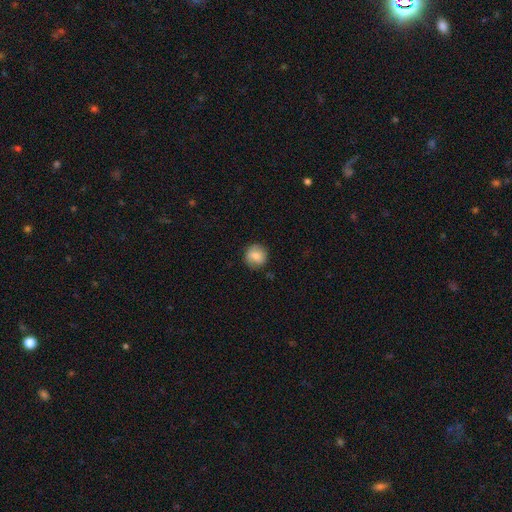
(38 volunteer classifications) Smooth or featured? 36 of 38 (95%) said smooth. How rounded? 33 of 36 (92%) said round. Merging? 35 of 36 (97%) said none.